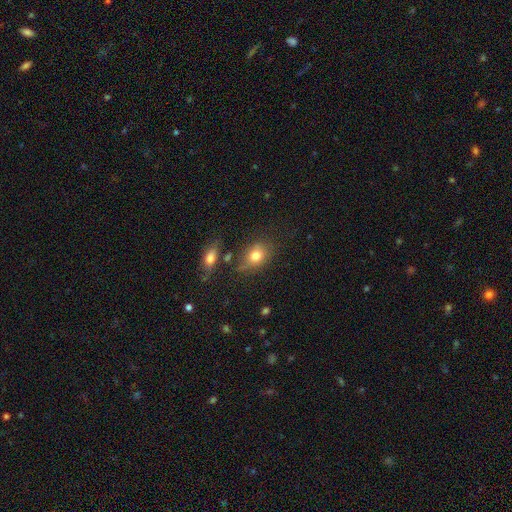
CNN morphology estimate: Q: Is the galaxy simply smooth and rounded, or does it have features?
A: smooth — 78%.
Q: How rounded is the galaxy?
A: in between — 62%.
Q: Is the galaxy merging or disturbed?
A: none — 59%.